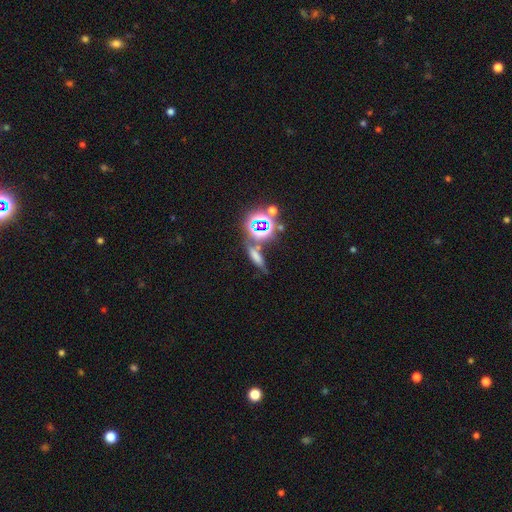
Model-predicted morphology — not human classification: Overall: smooth (50%; star or artifact 34%). How rounded: cigar-shaped (50%; in between 36%). Merging: none (54%; merger 22%).